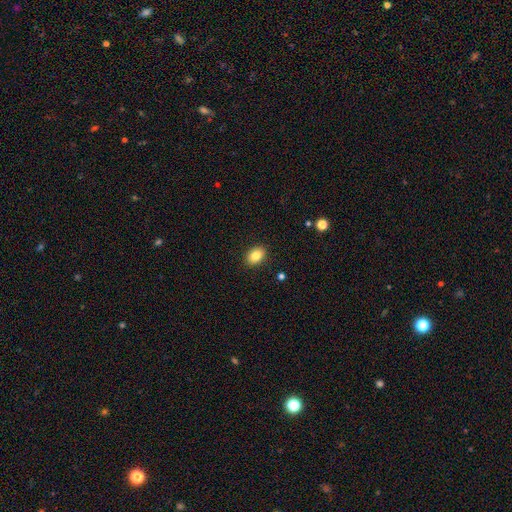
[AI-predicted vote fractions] A smooth galaxy with no disk features (84%) that is in between round and cigar-shaped (77%). Merging: none (90%).